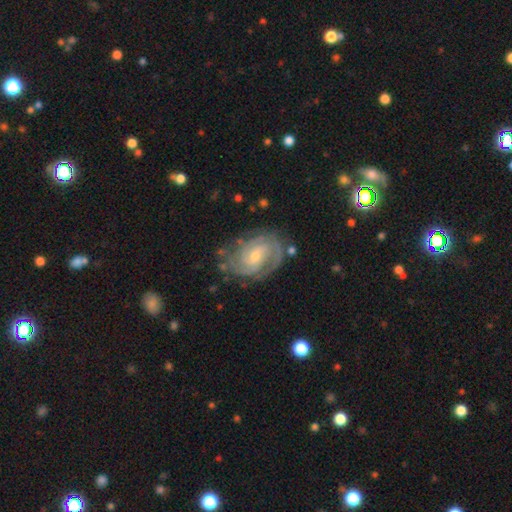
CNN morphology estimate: type=featured or disk (90%); edge-on=no (97%); bar=weak (46%); spiral arms=yes (98%); winding=tight (67%); arm count=2 (55%); bulge=small (59%); merging=none (73%).